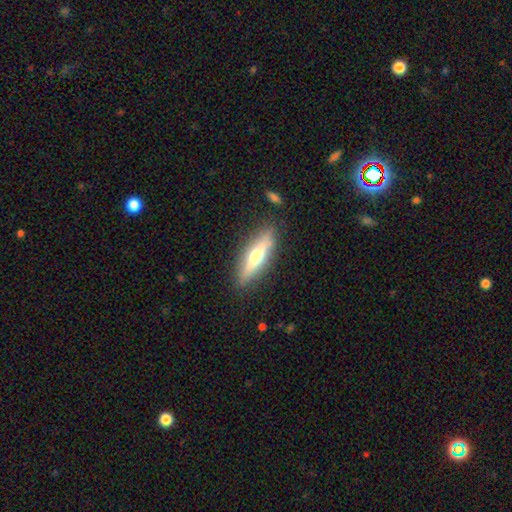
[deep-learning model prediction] A smooth galaxy with no disk features (48%).

Vote fractions:
- Smooth or featured? smooth: 48% / featured or disk: 46% / star or artifact: 6%
- Merging? none: 84% / minor disturbance: 11% / major disturbance: 3% / merger: 2%